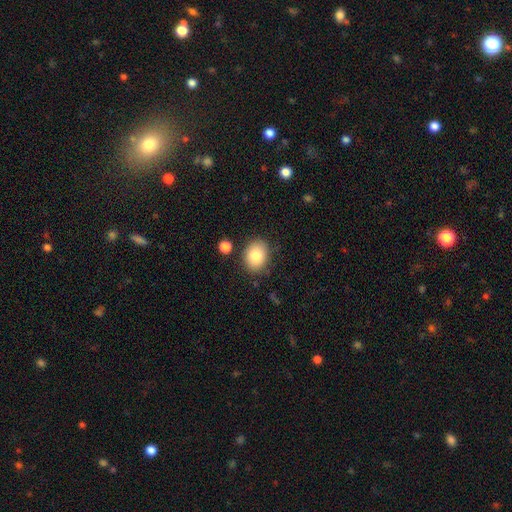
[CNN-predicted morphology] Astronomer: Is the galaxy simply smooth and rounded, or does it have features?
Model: smooth — 83%.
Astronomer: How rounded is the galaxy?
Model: in between — 59% (runner-up: round, 40%).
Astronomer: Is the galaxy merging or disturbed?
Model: none — 82%.